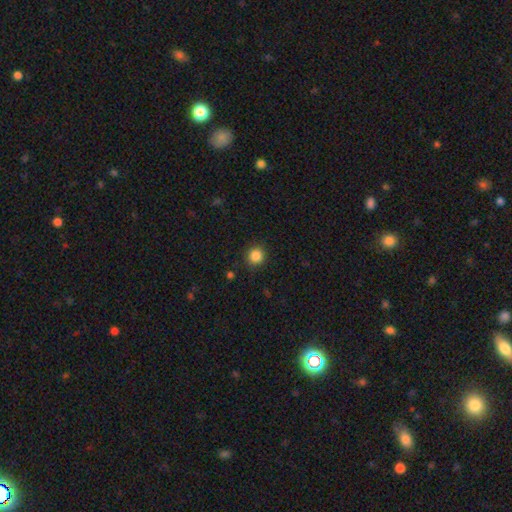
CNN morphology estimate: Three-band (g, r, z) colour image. It shows a smooth galaxy with no disk features (86%) that is round (92%). Merging: none (90%).